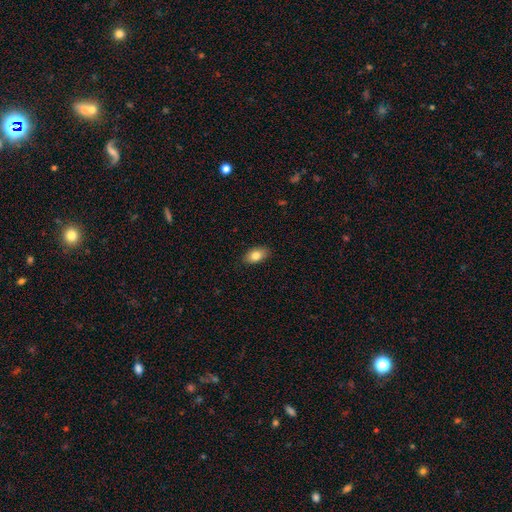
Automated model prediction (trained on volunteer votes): smooth-or-featured: smooth: 81% | featured or disk: 11% | star or artifact: 8%
  how-rounded: in between: 91% | round: 6% | cigar-shaped: 2%
  merging: none: 88% | minor disturbance: 9% | major disturbance: 2% | merger: 1%